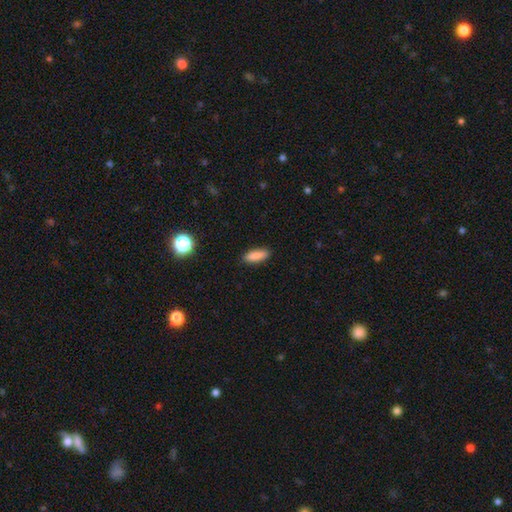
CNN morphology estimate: Smooth or featured?
  - smooth: 87% *
  - star or artifact: 8%
  - featured or disk: 5%
How rounded?
  - in between: 62% *
  - cigar-shaped: 36%
  - round: 2%
Merging?
  - none: 89% *
  - minor disturbance: 8%
  - major disturbance: 2%
  - merger: 1%